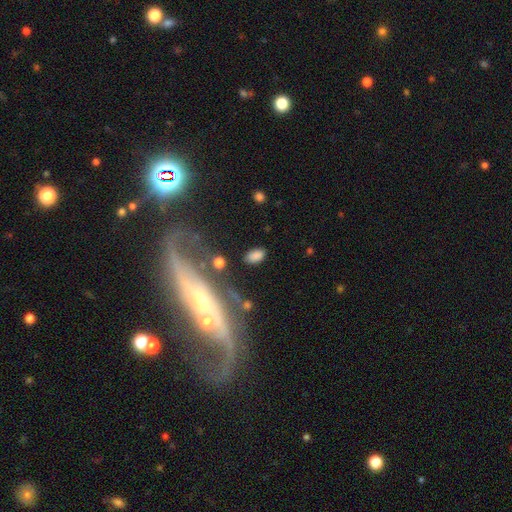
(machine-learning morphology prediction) Smooth or featured? smooth (80%)
How rounded? in between (91%)
Merging? none (78%)